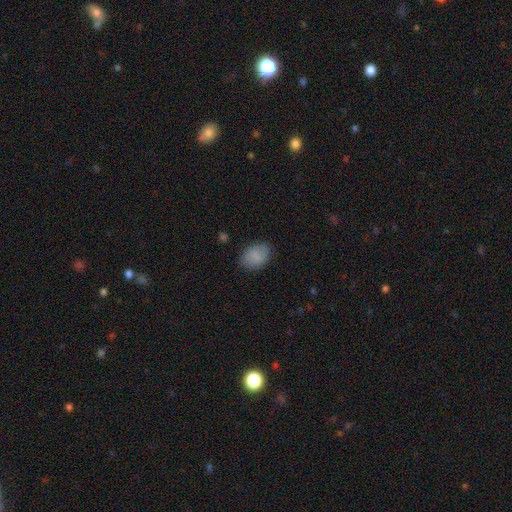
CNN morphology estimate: Overall: smooth (85%). How rounded: in between (80%). Merging: none (82%).